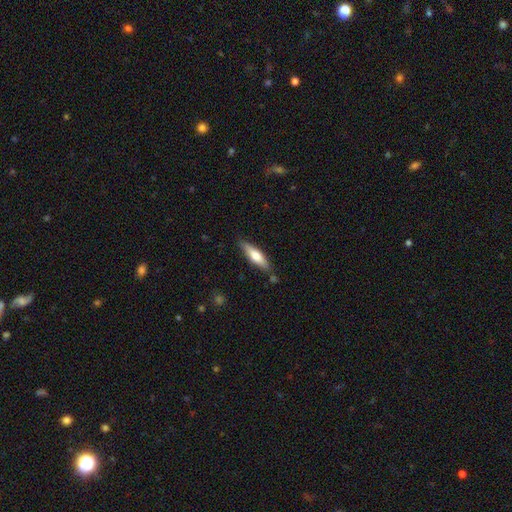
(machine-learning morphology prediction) Smooth or featured: smooth — 59% (featured or disk — 35%)
How rounded: cigar-shaped — 69% (in between — 29%)
Merging: none — 82% (minor disturbance — 13%)